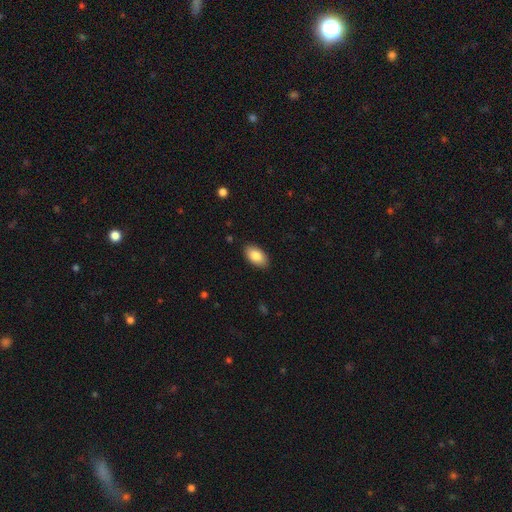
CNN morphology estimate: A smooth galaxy with no disk features (85%) that is in between round and cigar-shaped (94%). Merging: none (88%).